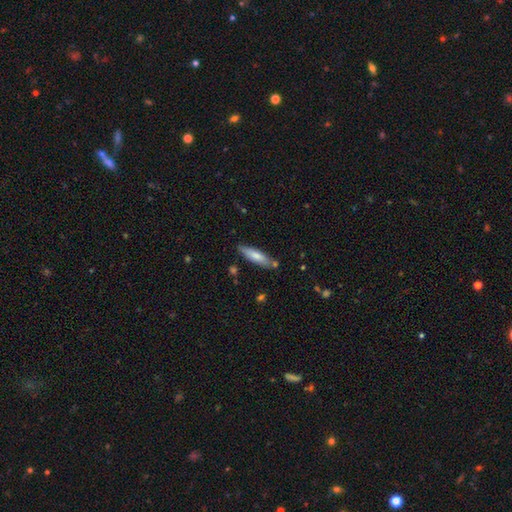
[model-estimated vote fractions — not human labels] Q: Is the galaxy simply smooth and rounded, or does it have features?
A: smooth — 73%.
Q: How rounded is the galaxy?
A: cigar-shaped — 71%.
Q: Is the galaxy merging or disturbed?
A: none — 78%.